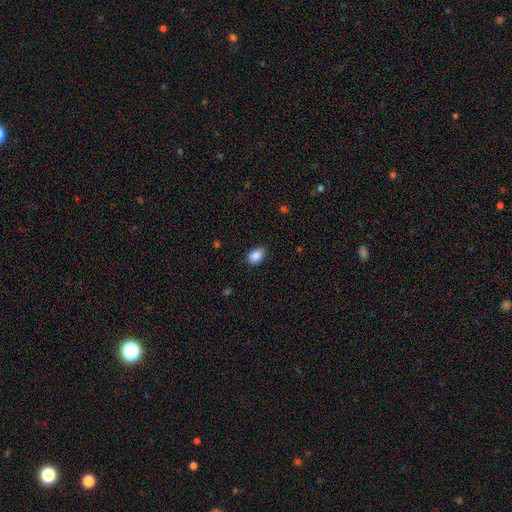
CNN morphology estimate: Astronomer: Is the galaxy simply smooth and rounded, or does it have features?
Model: smooth — 88%.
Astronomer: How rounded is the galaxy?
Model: in between — 83%.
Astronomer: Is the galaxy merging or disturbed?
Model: none — 83%.